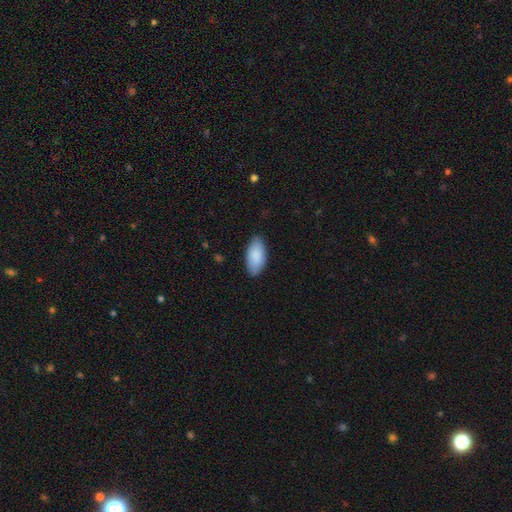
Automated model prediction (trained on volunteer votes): Smooth or featured? smooth (88%)
How rounded? in between (93%)
Merging? none (84%)